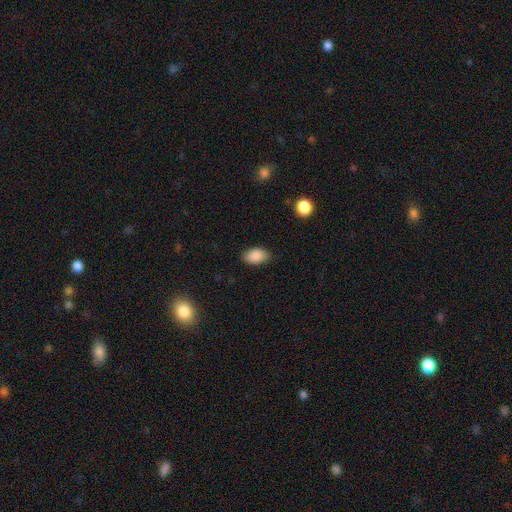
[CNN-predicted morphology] smooth 88%, star or artifact 7%, featured or disk 5%. Down the decision tree: how rounded — in between (90%); merging — none (85%).